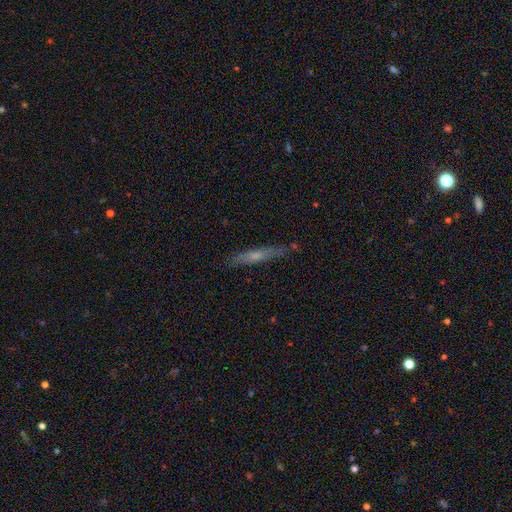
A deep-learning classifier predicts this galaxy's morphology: Smooth or featured? Predicted: featured or disk (p=0.46, tied with smooth). Merging? Predicted: none (p=0.80).